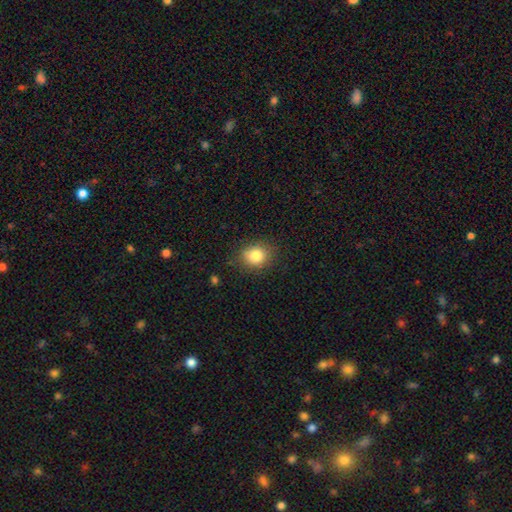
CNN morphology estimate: Smooth or featured: smooth — 83% (star or artifact — 10%)
How rounded: round — 60% (in between — 39%)
Merging: none — 83% (minor disturbance — 12%)